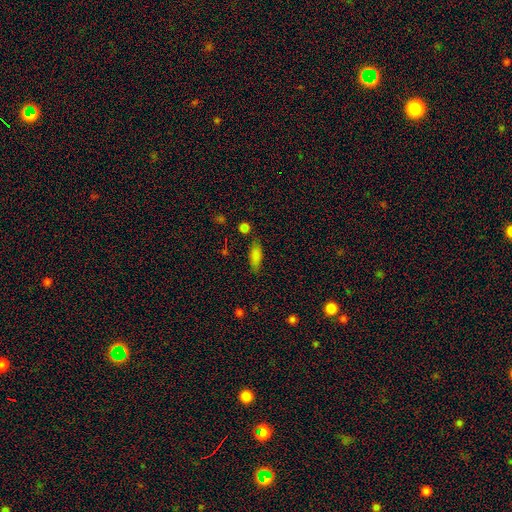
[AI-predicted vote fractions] Overall: smooth (82%). How rounded: in between (72%). Merging: none (76%).